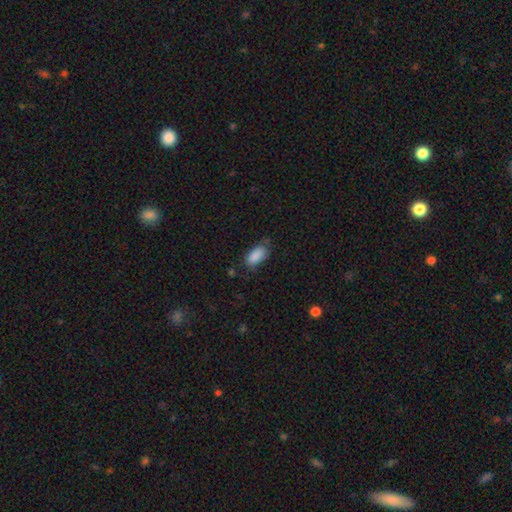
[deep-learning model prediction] The model was most divided on "merging": none: 68%, minor disturbance: 24%, major disturbance: 6%, merger: 2%. More confident: how rounded — in between (92%); smooth or featured — smooth (88%).